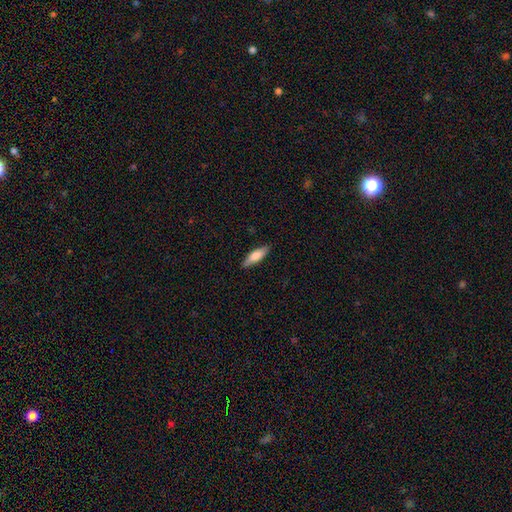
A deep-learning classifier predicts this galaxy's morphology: Q: Smooth or featured?
A: smooth (74%); runner-up: featured or disk (21%)
Q: How rounded?
A: cigar-shaped (56%); runner-up: in between (42%)
Q: Merging?
A: none (86%); runner-up: minor disturbance (11%)